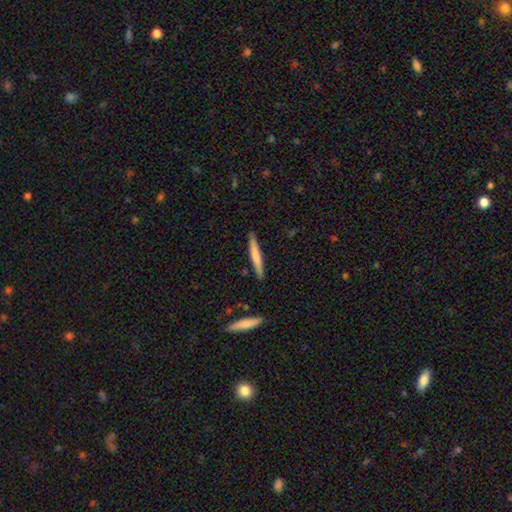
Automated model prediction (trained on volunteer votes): smooth_or_featured: smooth (p=0.64) [alt: featured or disk p=0.31]
how_rounded: cigar-shaped (p=0.95) [alt: in between p=0.04]
merging: none (p=0.87) [alt: minor disturbance p=0.09]